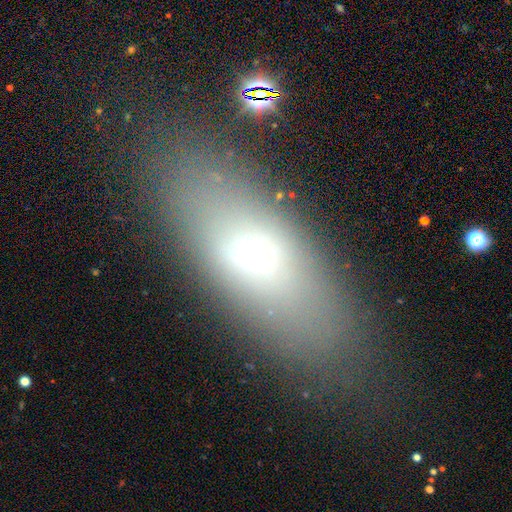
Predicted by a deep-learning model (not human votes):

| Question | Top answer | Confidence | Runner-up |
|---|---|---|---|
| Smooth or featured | smooth | 59% | featured or disk (26%) |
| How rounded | in between | 70% | cigar-shaped (23%) |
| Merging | none | 79% | minor disturbance (12%) |